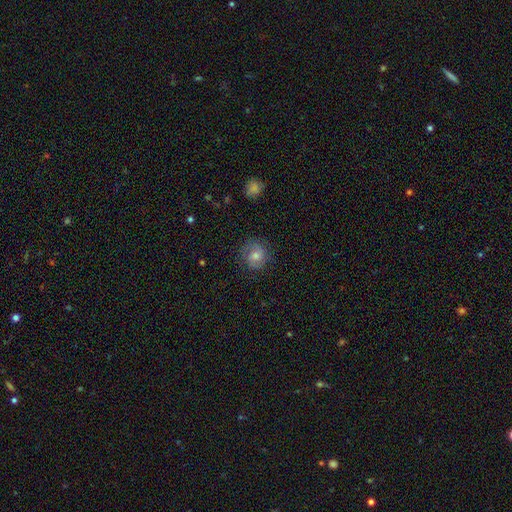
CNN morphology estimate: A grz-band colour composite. It shows a featured or disk galaxy (49%). Merging: none (81%).